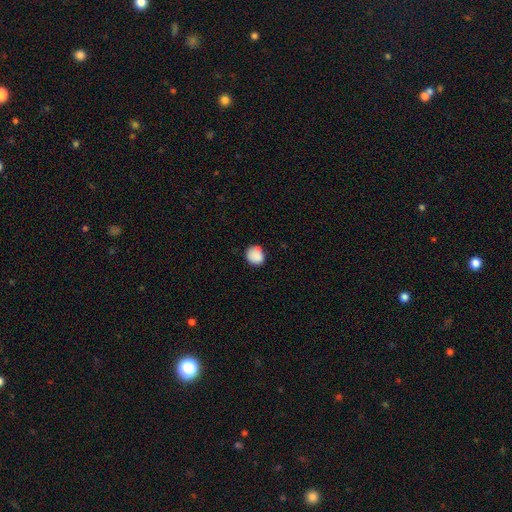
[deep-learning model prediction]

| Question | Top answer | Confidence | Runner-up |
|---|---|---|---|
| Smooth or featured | smooth | 86% | star or artifact (9%) |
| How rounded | round | 81% | in between (18%) |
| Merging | none | 71% | minor disturbance (20%) |